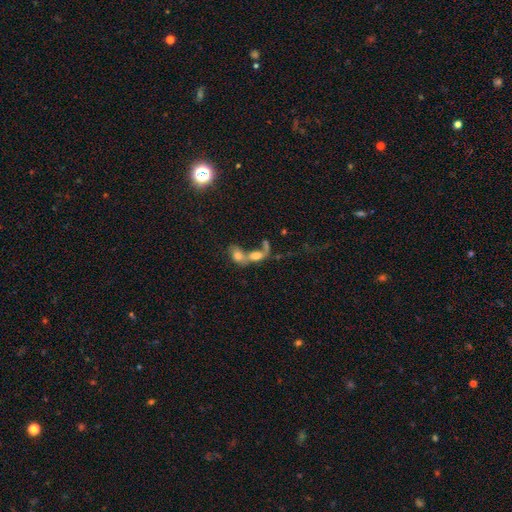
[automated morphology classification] Overall: smooth (53%; featured or disk 31%). How rounded: in between (71%). Merging: merger (75%).